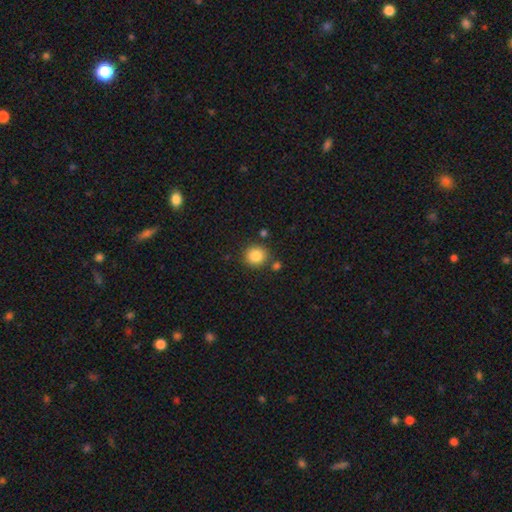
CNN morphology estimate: Smooth or featured?
  - smooth: 85% *
  - star or artifact: 10%
  - featured or disk: 5%
How rounded?
  - round: 89% *
  - in between: 10%
  - cigar-shaped: 1%
Merging?
  - none: 82% *
  - minor disturbance: 9%
  - merger: 7%
  - major disturbance: 3%